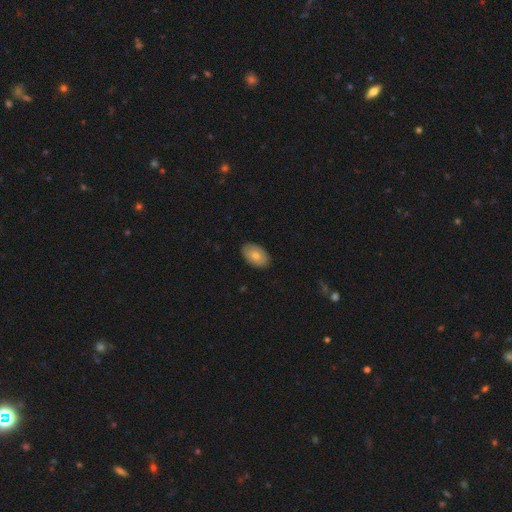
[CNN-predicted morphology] Smooth or featured?
  - smooth: 71% *
  - featured or disk: 22%
  - star or artifact: 7%
How rounded?
  - in between: 89% *
  - round: 10%
  - cigar-shaped: 1%
Merging?
  - none: 87% *
  - minor disturbance: 10%
  - major disturbance: 2%
  - merger: 1%